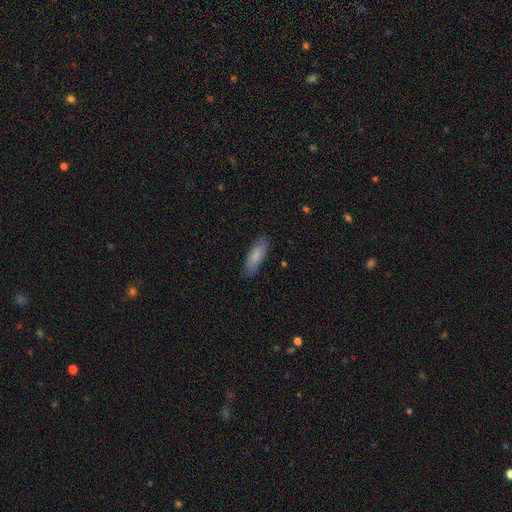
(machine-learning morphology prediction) A smooth galaxy with no disk features (80%) that is in between round and cigar-shaped (59%). Merging: none (82%).